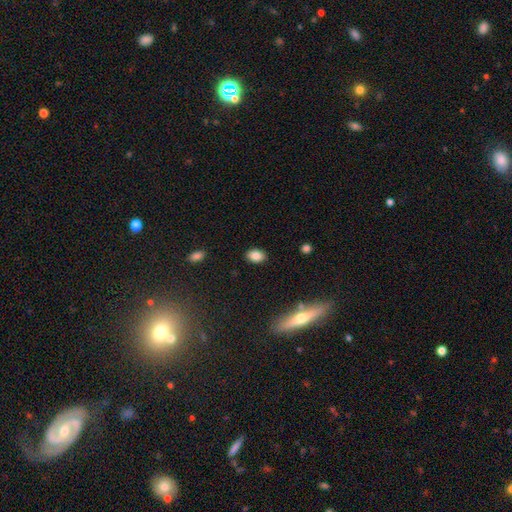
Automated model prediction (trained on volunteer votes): Smooth or featured? Predicted: smooth (p=0.85). How rounded? Predicted: in between (p=0.80). Merging? Predicted: none (p=0.87).